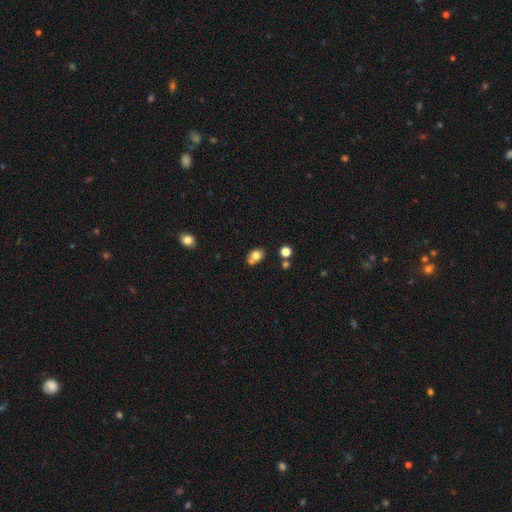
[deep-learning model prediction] The model was most divided on "how rounded": in between: 54%, round: 44%, cigar-shaped: 1%. Remaining: smooth or featured — smooth (76%); merging — none (47%).